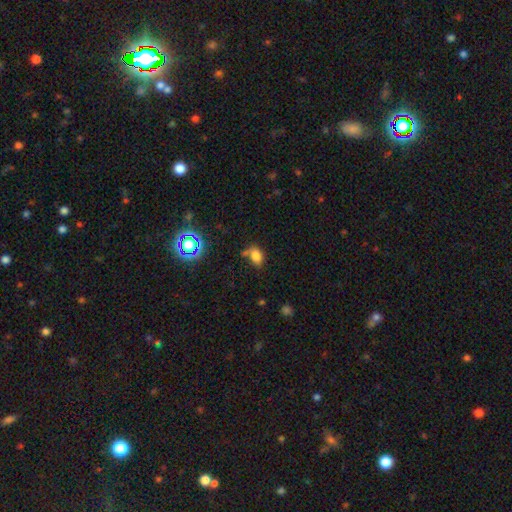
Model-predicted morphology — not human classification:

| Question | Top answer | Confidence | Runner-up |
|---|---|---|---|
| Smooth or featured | smooth | 76% | star or artifact (15%) |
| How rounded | in between | 75% | round (24%) |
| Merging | none | 54% | minor disturbance (21%) |